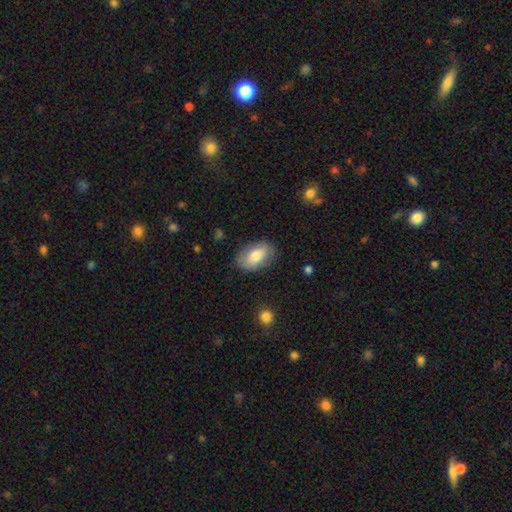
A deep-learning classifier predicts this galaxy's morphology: The model was most divided on "smooth or featured": smooth: 73%, featured or disk: 20%, star or artifact: 6%. More confident: how rounded — in between (90%); merging — none (82%).